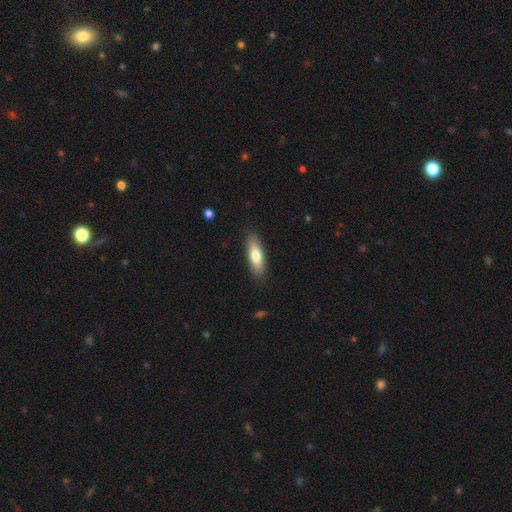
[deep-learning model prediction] The model was most divided on "how rounded": cigar-shaped: 50%, in between: 48%, round: 2%. More confident: merging — none (87%); smooth or featured — smooth (73%).